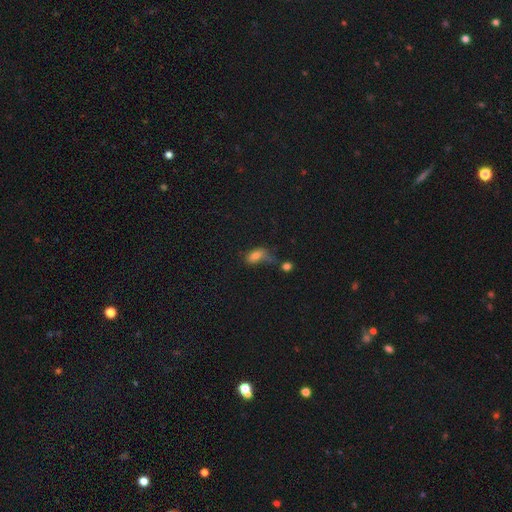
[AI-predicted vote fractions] The model was most divided on "merging": none: 29%, major disturbance: 27%, minor disturbance: 25%, merger: 20%. More confident: how rounded — in between (85%); smooth or featured — smooth (71%).